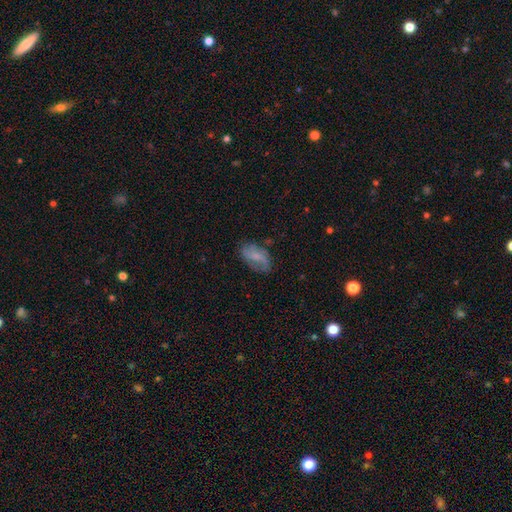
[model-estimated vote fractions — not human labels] Q: Smooth or featured?
A: featured or disk (47%); runner-up: smooth (45%)
Q: Merging?
A: none (62%); runner-up: minor disturbance (25%)